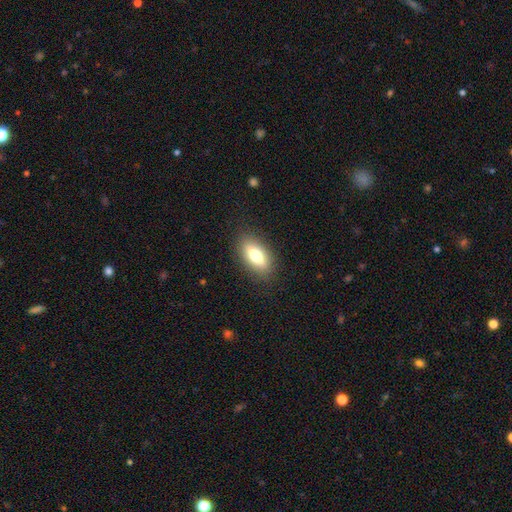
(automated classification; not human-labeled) Smooth or featured? smooth (70%)
How rounded? in between (82%)
Merging? none (86%)